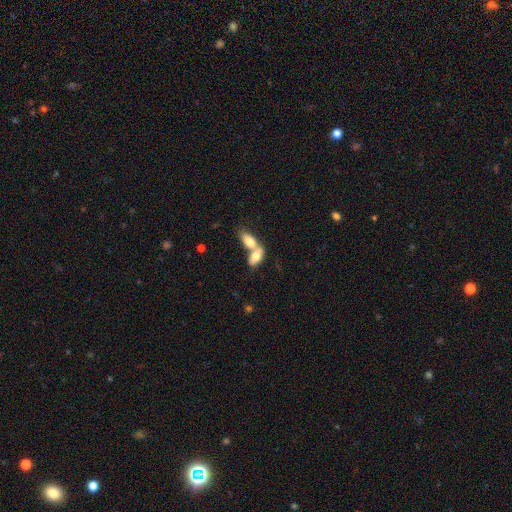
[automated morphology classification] Smooth or featured? smooth (73%)
How rounded? in between (87%)
Merging? merger (76%)